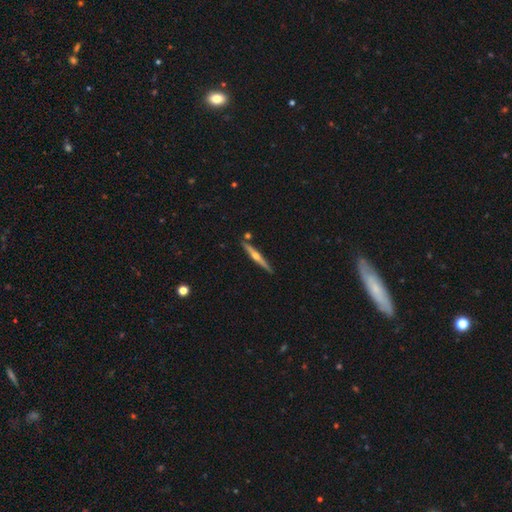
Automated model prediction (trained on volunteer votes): Smooth or featured? featured or disk (71%)
Edge-on disk? yes (98%)
Edge-on bulge? rounded (89%)
Merging? none (86%)